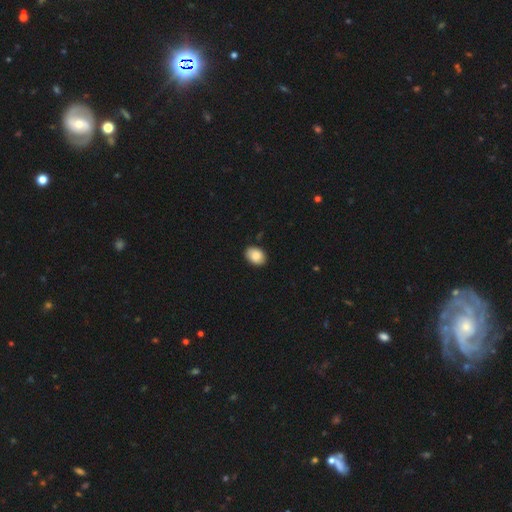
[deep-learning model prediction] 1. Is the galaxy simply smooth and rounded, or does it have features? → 88% smooth, 7% star or artifact, 6% featured or disk.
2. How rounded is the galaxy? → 79% in between, 20% round, 1% cigar-shaped.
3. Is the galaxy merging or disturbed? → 87% none, 10% minor disturbance, 2% major disturbance, 1% merger.